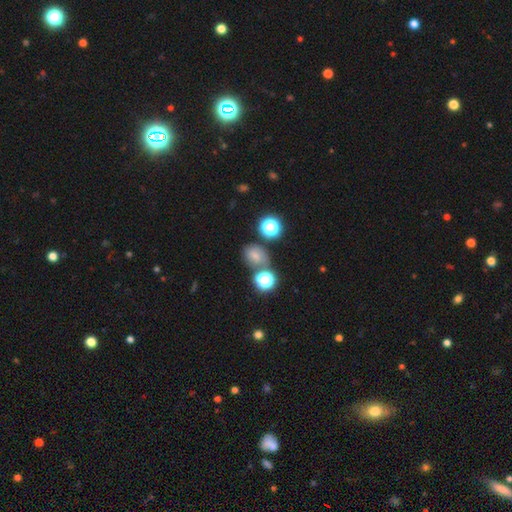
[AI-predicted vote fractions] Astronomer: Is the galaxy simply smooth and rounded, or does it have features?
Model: smooth — 57%.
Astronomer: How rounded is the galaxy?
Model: round — 54% (runner-up: in between, 45%).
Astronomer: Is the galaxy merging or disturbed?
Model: none — 60%.